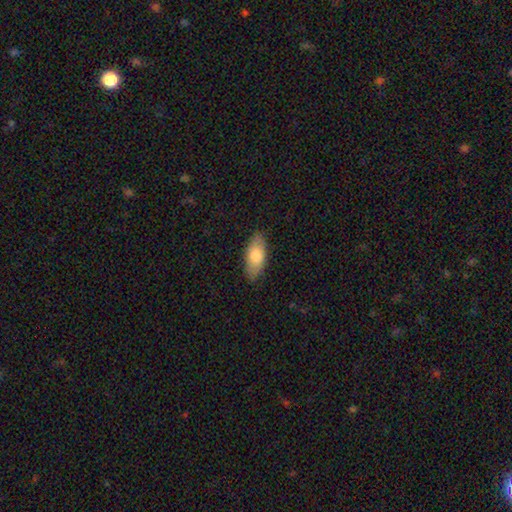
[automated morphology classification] A smooth galaxy with no disk features (76%) that is in between round and cigar-shaped (85%).

Vote fractions:
- Smooth or featured? smooth: 76% / featured or disk: 18% / star or artifact: 6%
- How rounded? in between: 85% / cigar-shaped: 12% / round: 2%
- Merging? none: 84% / minor disturbance: 13% / major disturbance: 3% / merger: 1%